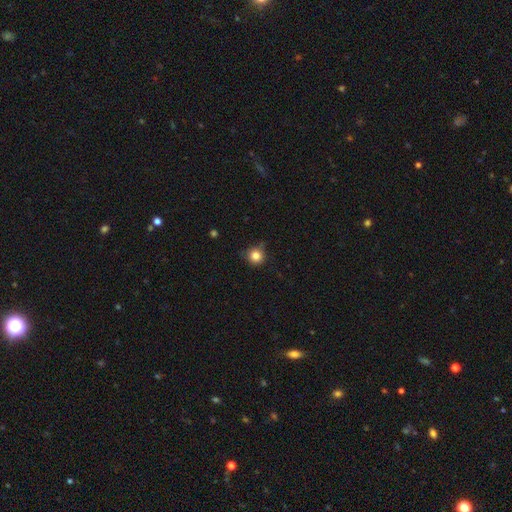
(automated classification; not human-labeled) Smooth or featured?
  - smooth: 84% *
  - star or artifact: 12%
  - featured or disk: 5%
How rounded?
  - round: 93% *
  - in between: 6%
  - cigar-shaped: 1%
Merging?
  - none: 77% *
  - minor disturbance: 17%
  - major disturbance: 3%
  - merger: 2%